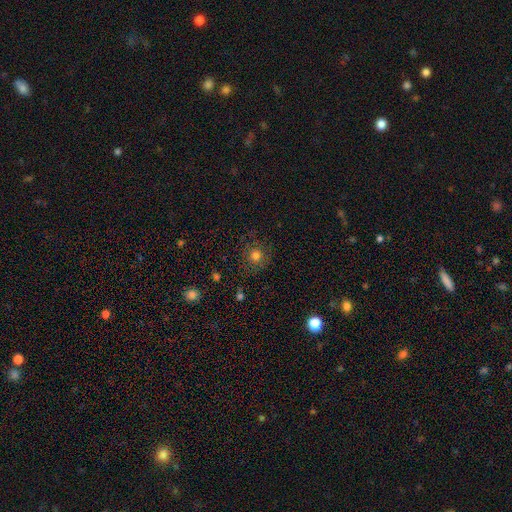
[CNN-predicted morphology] This appears to be a smooth galaxy with no disk features (75%) that is round (91%). Merging: none (81%).